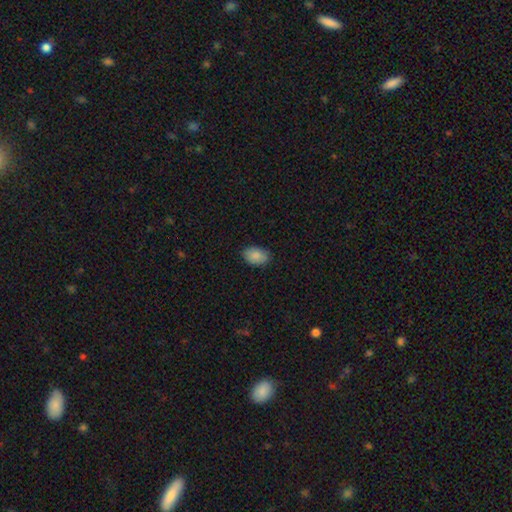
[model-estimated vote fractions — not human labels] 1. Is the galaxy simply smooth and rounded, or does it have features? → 88% smooth, 7% star or artifact, 5% featured or disk.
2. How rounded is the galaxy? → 87% in between, 12% round, 1% cigar-shaped.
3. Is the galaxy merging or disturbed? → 86% none, 11% minor disturbance, 2% major disturbance, 1% merger.